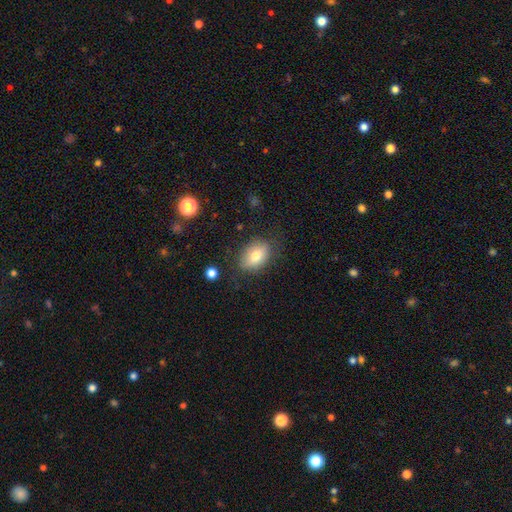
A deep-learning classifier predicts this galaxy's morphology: This is likely a smooth galaxy (77%). How rounded: clearly in between (82%). Merging: likely none (75%).